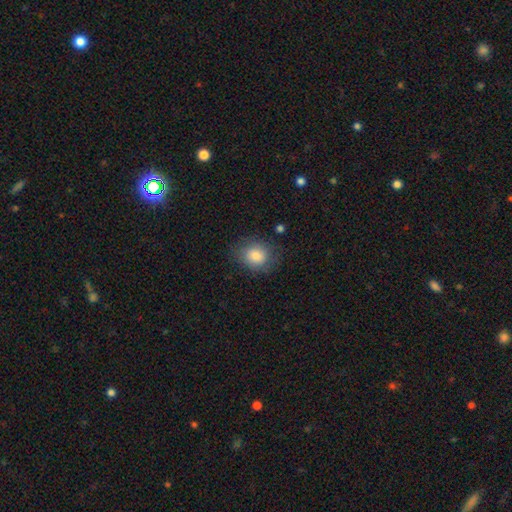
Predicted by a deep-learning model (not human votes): smooth 82%, featured or disk 9%, star or artifact 9%. Down the decision tree: how rounded — round (61%); merging — none (77%).